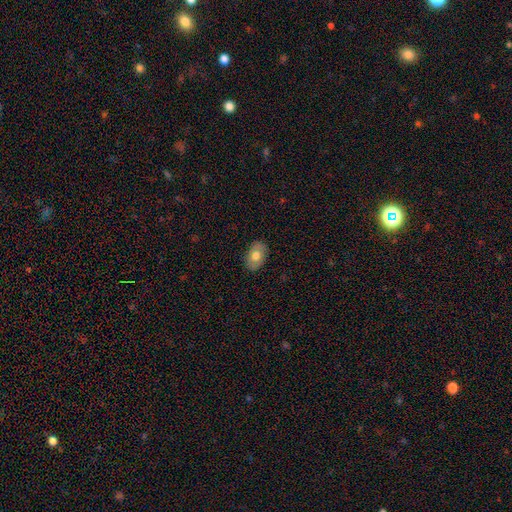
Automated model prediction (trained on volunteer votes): Smooth or featured: smooth — 74% (featured or disk — 19%)
How rounded: in between — 85% (round — 14%)
Merging: none — 87% (minor disturbance — 10%)